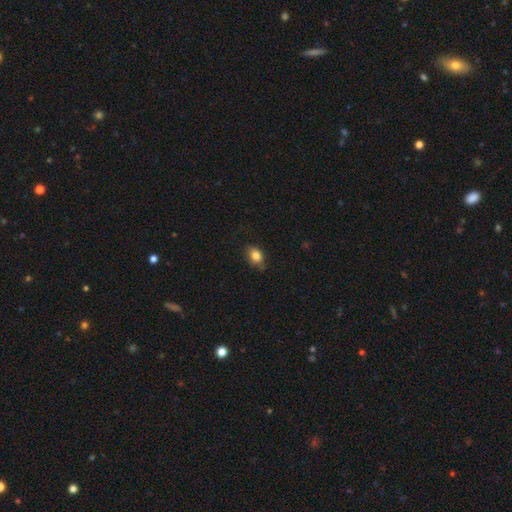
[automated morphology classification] smooth 84%, star or artifact 9%, featured or disk 7%. Down the decision tree: how rounded — in between (75%); merging — none (75%).